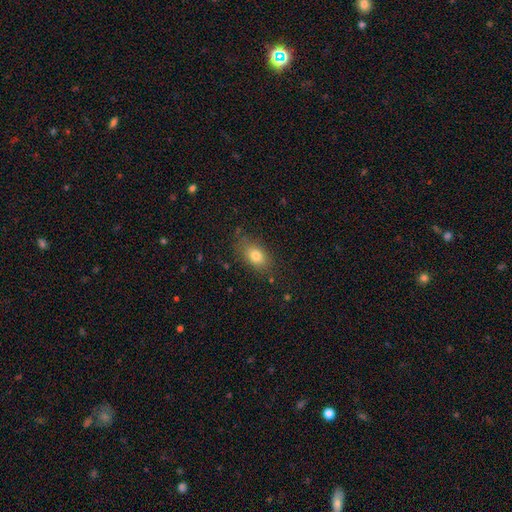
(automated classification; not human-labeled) smooth-or-featured: smooth: 80% | featured or disk: 10% | star or artifact: 10%
  how-rounded: in between: 82% | round: 15% | cigar-shaped: 3%
  merging: none: 78% | minor disturbance: 16% | major disturbance: 5% | merger: 2%